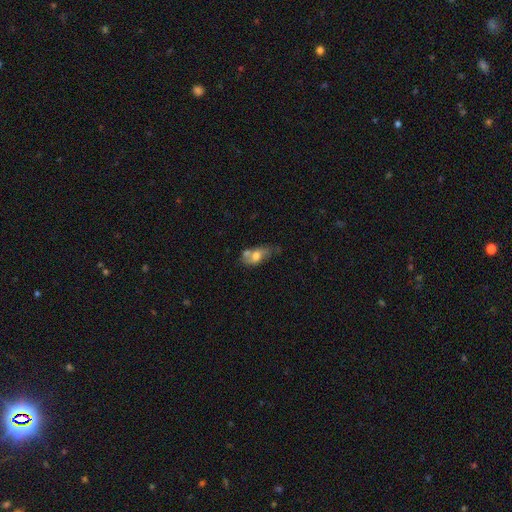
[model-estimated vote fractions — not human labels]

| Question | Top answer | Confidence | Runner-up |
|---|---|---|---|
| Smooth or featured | smooth | 56% | featured or disk (36%) |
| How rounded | in between | 84% | round (10%) |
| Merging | none | 33% | merger (30%) |